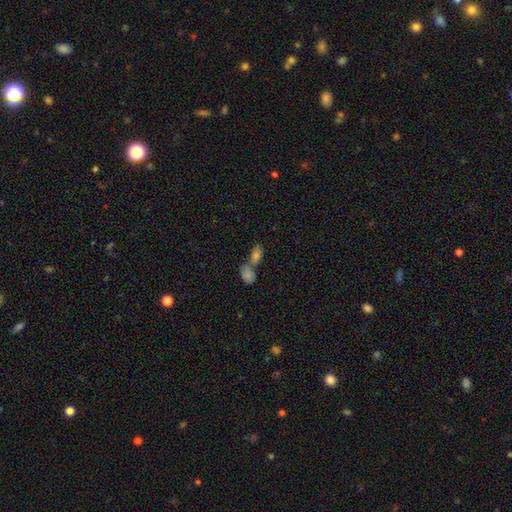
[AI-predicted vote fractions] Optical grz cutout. It shows a smooth galaxy with no disk features (64%) that is in between round and cigar-shaped (81%). Merging: merger (52%).